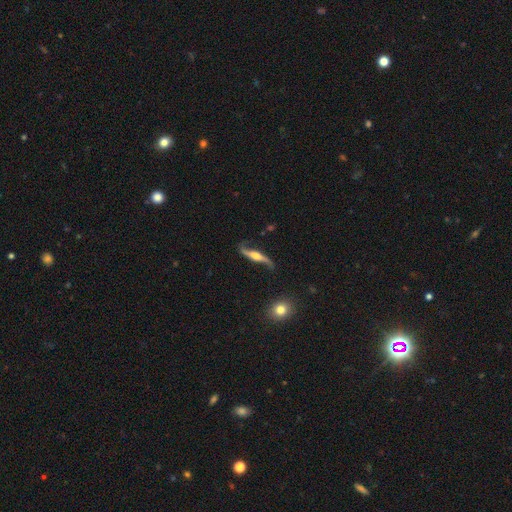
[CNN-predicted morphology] The model was most divided on "bar": no: 42%, weak: 30%, strong: 28%. Remaining: spiral arms — yes (94%); smooth or featured — featured or disk (84%); merging — none (71%); edge-on disk — no (60%); bulge size — moderate (47%).